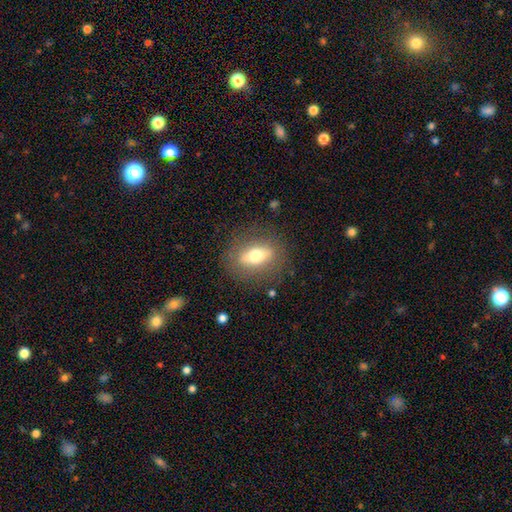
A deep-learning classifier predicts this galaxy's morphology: The model was most divided on "smooth or featured": smooth: 53%, featured or disk: 38%, star or artifact: 8%. More confident: merging — none (82%); how rounded — in between (68%).